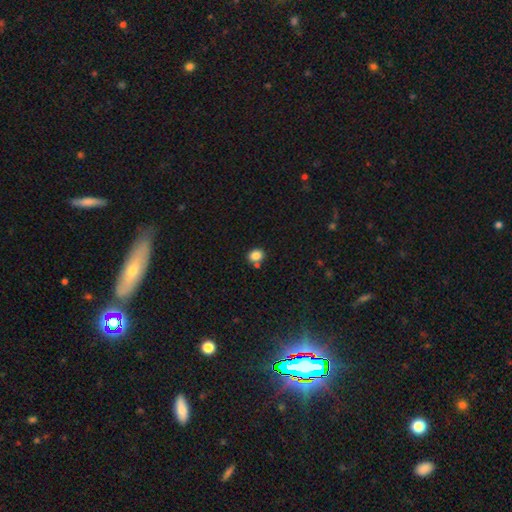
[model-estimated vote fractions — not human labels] smooth-or-featured: smooth: 84% | star or artifact: 10% | featured or disk: 5%
  how-rounded: round: 60% | in between: 39% | cigar-shaped: 1%
  merging: none: 69% | merger: 16% | minor disturbance: 12% | major disturbance: 3%